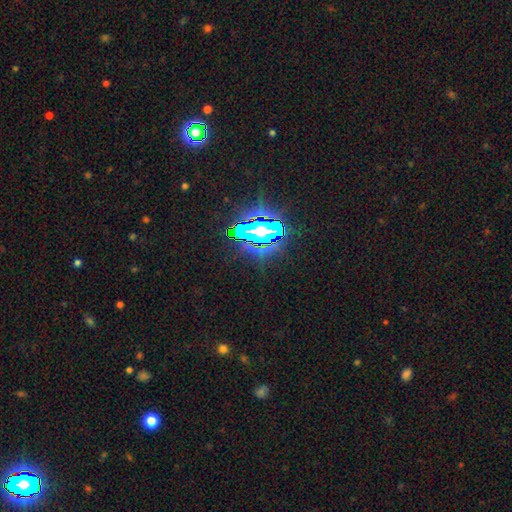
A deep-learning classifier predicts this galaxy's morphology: Q: Smooth or featured?
A: star or artifact (84%); runner-up: smooth (9%)